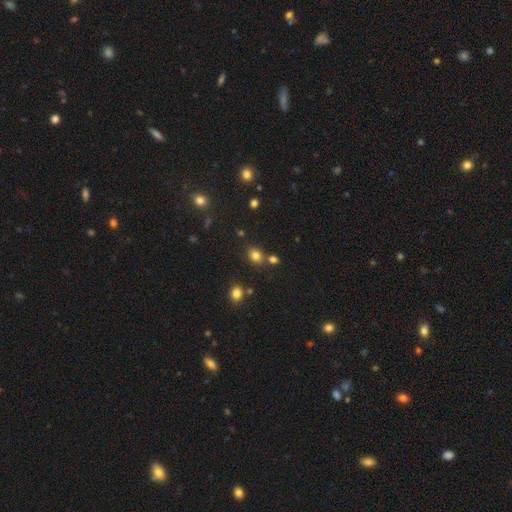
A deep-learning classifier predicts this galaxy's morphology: The model was most divided on "how rounded": round: 56%, in between: 43%, cigar-shaped: 1%. More confident: smooth or featured — smooth (78%); merging — none (72%).